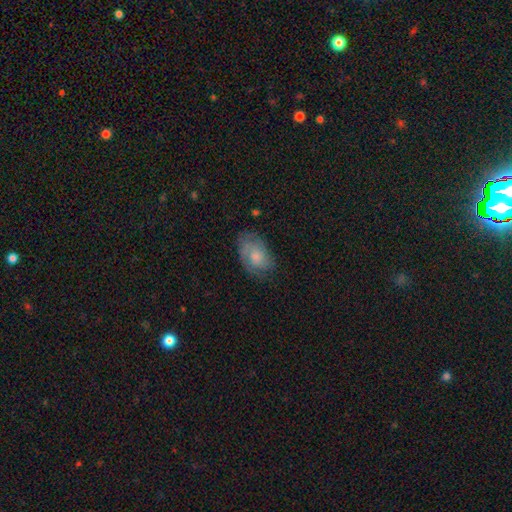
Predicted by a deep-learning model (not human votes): Q: Smooth or featured?
A: smooth (53%); runner-up: featured or disk (39%)
Q: How rounded?
A: in between (87%); runner-up: round (11%)
Q: Merging?
A: none (64%); runner-up: minor disturbance (25%)